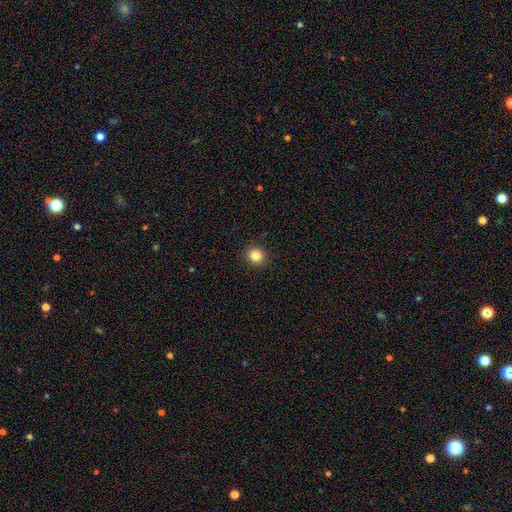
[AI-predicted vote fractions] Smooth or featured?
  - smooth: 84% *
  - star or artifact: 11%
  - featured or disk: 5%
How rounded?
  - round: 89% *
  - in between: 10%
  - cigar-shaped: 1%
Merging?
  - none: 92% *
  - minor disturbance: 5%
  - major disturbance: 2%
  - merger: 1%